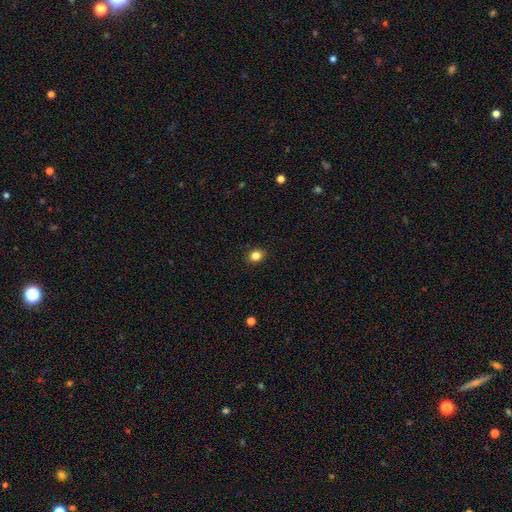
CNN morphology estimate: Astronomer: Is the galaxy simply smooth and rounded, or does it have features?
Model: smooth — 84%.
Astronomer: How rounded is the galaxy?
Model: round — 59% (runner-up: in between, 40%).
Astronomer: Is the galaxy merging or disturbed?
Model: none — 90%.